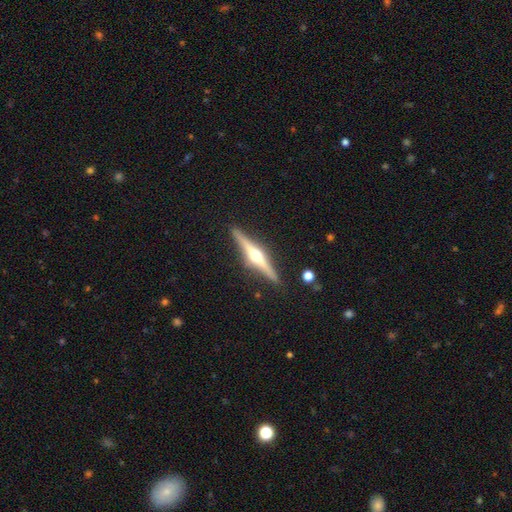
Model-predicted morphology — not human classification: Smooth or featured? Predicted: featured or disk (p=0.79). Edge-on disk? Predicted: yes (p=0.98). Edge-on bulge? Predicted: rounded (p=0.95). Merging? Predicted: none (p=0.89).